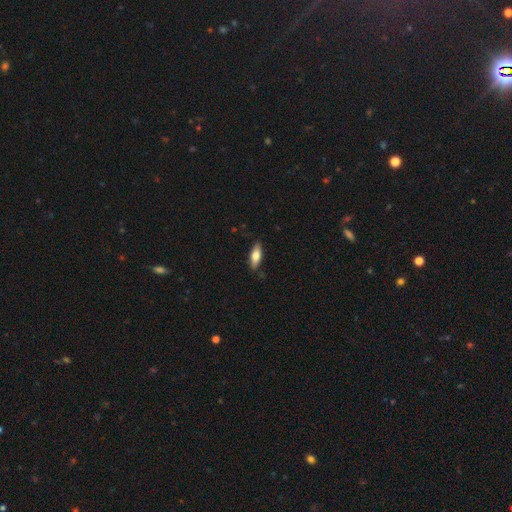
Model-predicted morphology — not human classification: Smooth or featured?
  - smooth: 75% *
  - featured or disk: 19%
  - star or artifact: 6%
How rounded?
  - in between: 68% *
  - cigar-shaped: 30%
  - round: 2%
Merging?
  - none: 84% *
  - minor disturbance: 13%
  - major disturbance: 2%
  - merger: 1%